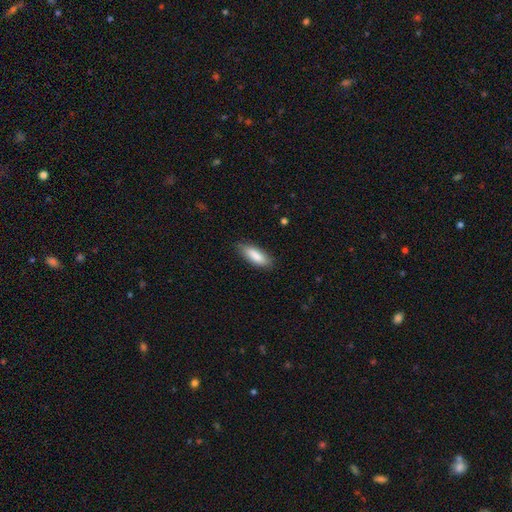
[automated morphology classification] This is clearly a smooth galaxy (86%). How rounded: likely in between (62%). Merging: clearly none (82%).